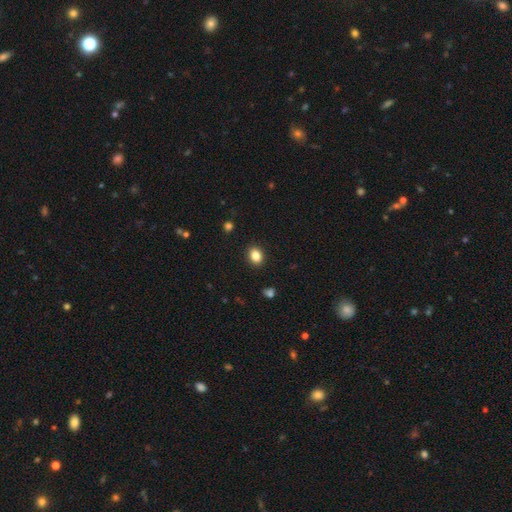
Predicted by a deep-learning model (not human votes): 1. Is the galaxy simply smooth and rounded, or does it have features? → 85% smooth, 10% star or artifact, 5% featured or disk.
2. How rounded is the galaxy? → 57% in between, 42% round, 1% cigar-shaped.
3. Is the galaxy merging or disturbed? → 90% none, 7% minor disturbance, 2% major disturbance, 1% merger.